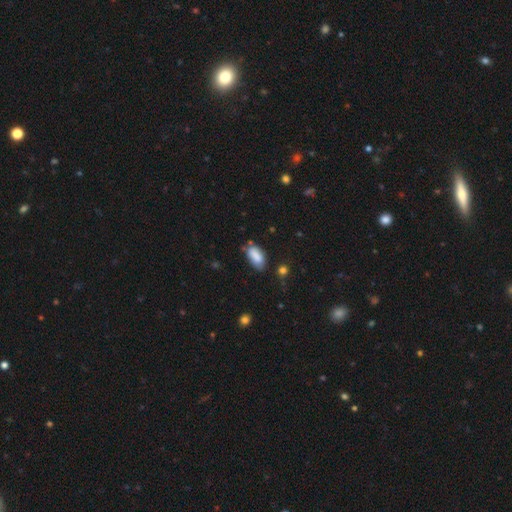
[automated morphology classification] A smooth galaxy with no disk features (84%) that is in between round and cigar-shaped (92%). Merging: none (59%).